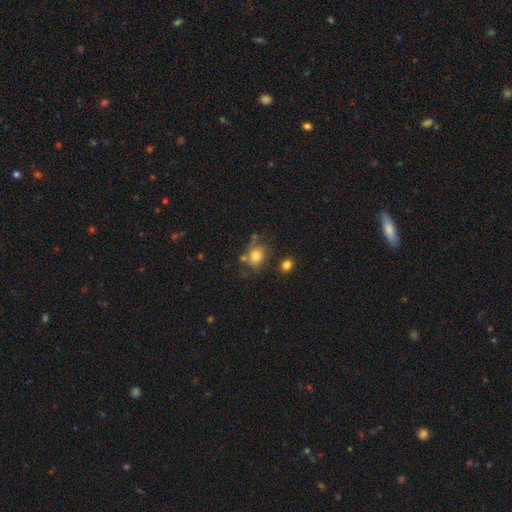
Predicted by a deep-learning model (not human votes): A smooth galaxy with no disk features (75%) that is round (54%).

Vote fractions:
- Smooth or featured? smooth: 75% / featured or disk: 15% / star or artifact: 11%
- How rounded? round: 54% / in between: 45% / cigar-shaped: 1%
- Merging? none: 58% / minor disturbance: 21% / merger: 12% / major disturbance: 9%